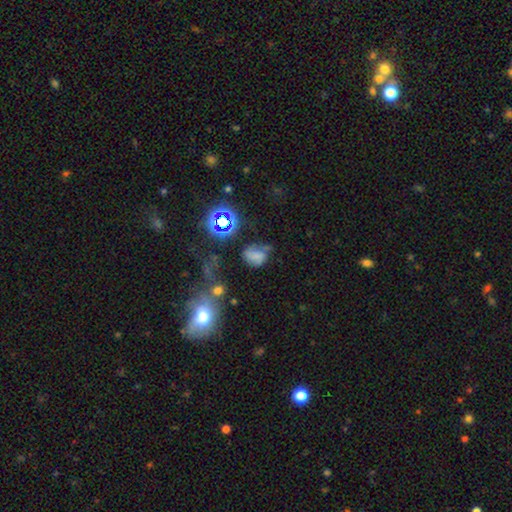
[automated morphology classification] Smooth or featured? Predicted: smooth (p=0.51). How rounded? Predicted: in between (p=0.62). Merging? Predicted: none (p=0.37).